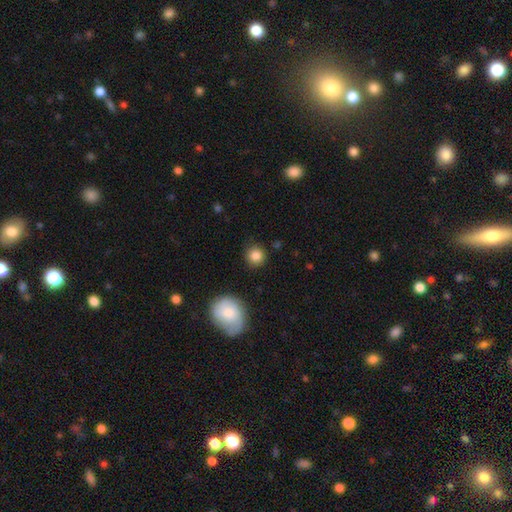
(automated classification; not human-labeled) smooth 85%, star or artifact 9%, featured or disk 5%. Down the decision tree: how rounded — round (91%); merging — none (87%).